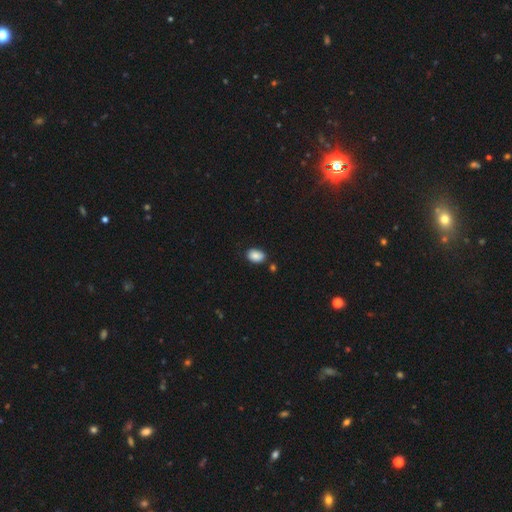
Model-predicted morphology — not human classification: smooth-or-featured: smooth: 87% | star or artifact: 8% | featured or disk: 5%
  how-rounded: in between: 84% | round: 14% | cigar-shaped: 1%
  merging: none: 80% | minor disturbance: 14% | merger: 4% | major disturbance: 3%